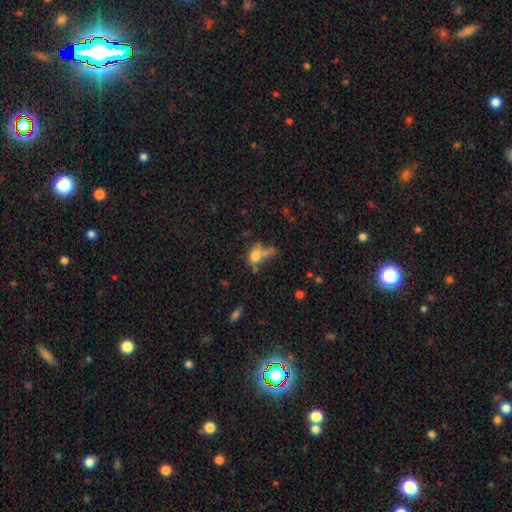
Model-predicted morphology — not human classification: Smooth or featured? Predicted: smooth (p=0.69). How rounded? Predicted: in between (p=0.61). Merging? Predicted: merger (p=0.35).